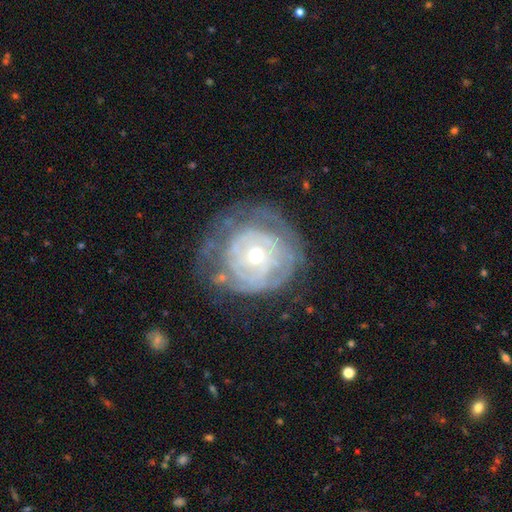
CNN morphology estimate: A featured or disk galaxy (75%) with no bar (78%), spiral arms (67%) and a moderate central bulge (52%).

Vote fractions:
- Smooth or featured? featured or disk: 75% / smooth: 18% / star or artifact: 7%
- Edge-on disk? no: 97% / yes: 3%
- Bar? no: 78% / weak: 17% / strong: 5%
- Spiral arms? yes: 67% / no: 33%
- Bulge size? moderate: 52% / small: 43% / large: 3% / none: 1% / dominant: 1%
- Merging? none: 59% / minor disturbance: 23% / major disturbance: 17% / merger: 2%